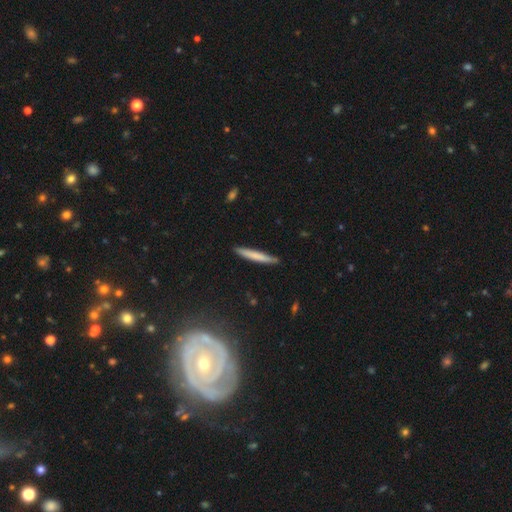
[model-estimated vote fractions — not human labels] This appears to be a smooth galaxy with no disk features (70%) that is cigar-shaped (96%). Merging: none (88%).